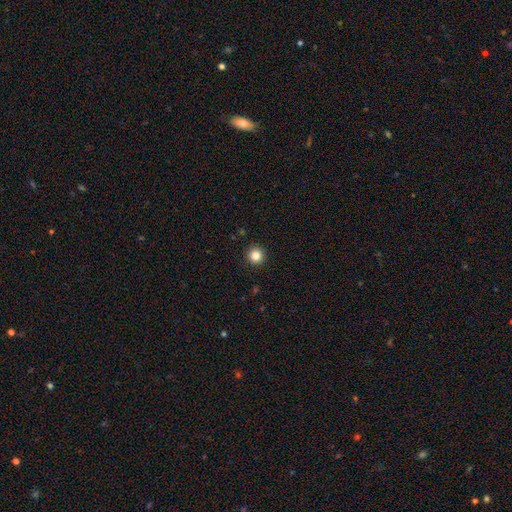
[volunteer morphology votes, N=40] A smooth galaxy with no disk features (92%) that is round (97%).

Vote fractions:
- Smooth or featured? smooth: 92% / star or artifact: 5% / featured or disk: 2%
- How rounded? round: 97% / cigar-shaped: 3% / in between: 0%
- Merging? none: 97% / minor disturbance: 3% / major disturbance: 0% / merger: 0%